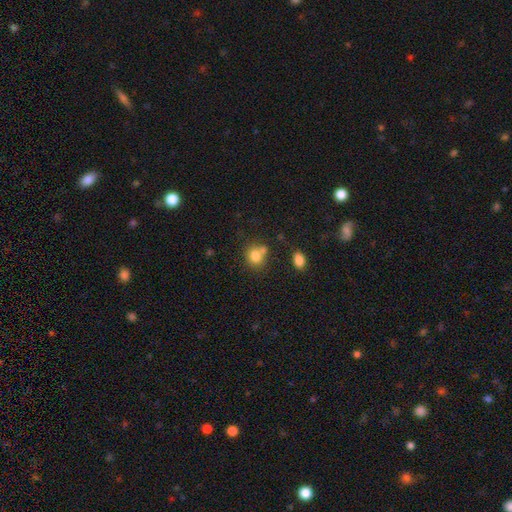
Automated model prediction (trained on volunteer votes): Overall: smooth (80%). How rounded: round (77%). Merging: none (56%; merger 28%).